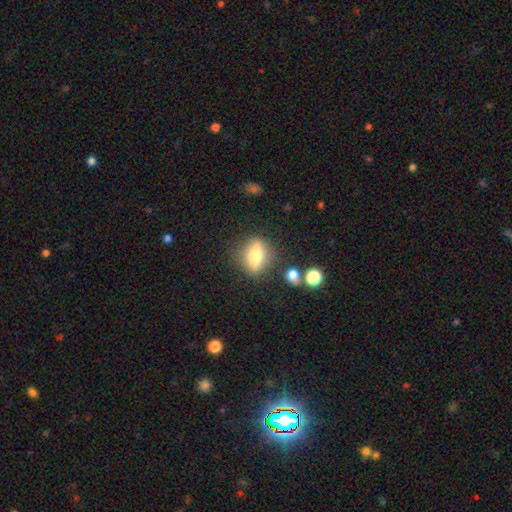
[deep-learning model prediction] smooth_or_featured: featured or disk (p=0.46) [alt: smooth p=0.45]
merging: none (p=0.79) [alt: minor disturbance p=0.12]